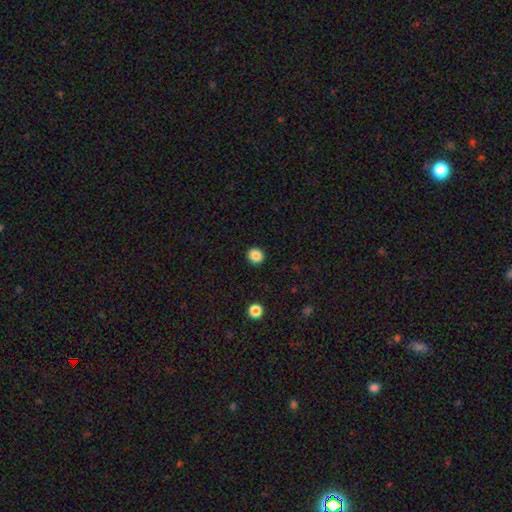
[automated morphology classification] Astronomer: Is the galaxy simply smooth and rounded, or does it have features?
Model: smooth — 86%.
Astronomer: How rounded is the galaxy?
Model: round — 86%.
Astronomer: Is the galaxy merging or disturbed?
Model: none — 92%.